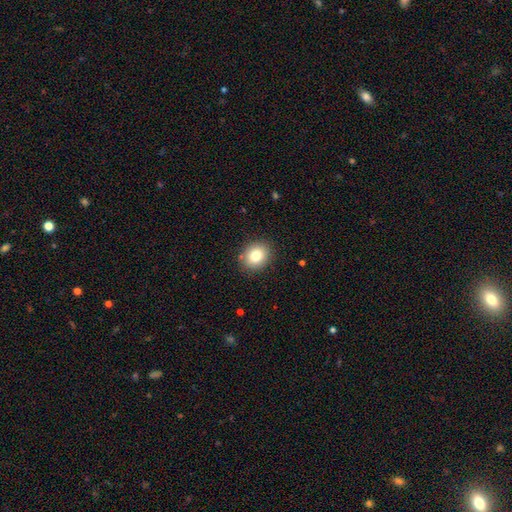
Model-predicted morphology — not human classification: type=smooth (80%); roundness=round (67%); merging=none (88%).